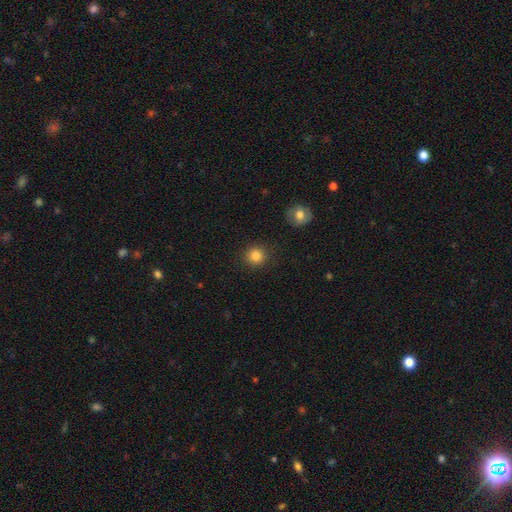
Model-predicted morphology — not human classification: A smooth galaxy with no disk features (84%) that is round (93%). Merging: none (90%).